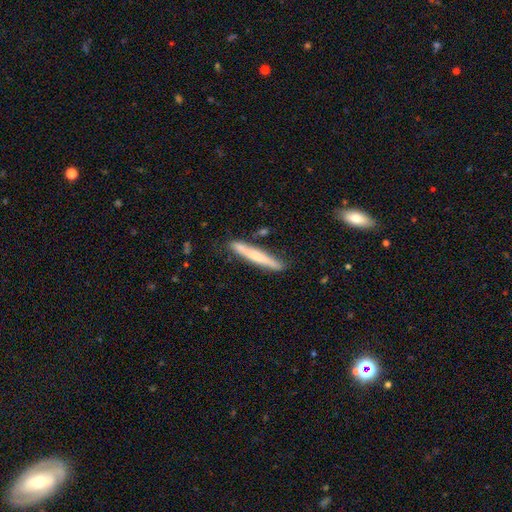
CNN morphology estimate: type=smooth (57%); roundness=cigar-shaped (95%); merging=none (83%).